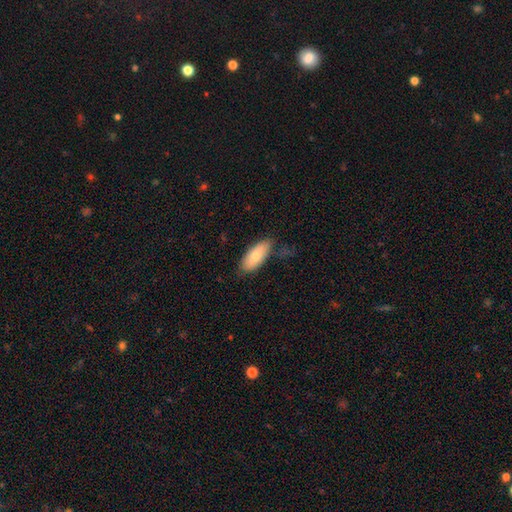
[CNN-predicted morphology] Smooth or featured?
  - smooth: 75% *
  - featured or disk: 19%
  - star or artifact: 6%
How rounded?
  - in between: 85% *
  - cigar-shaped: 13%
  - round: 2%
Merging?
  - none: 74% *
  - minor disturbance: 20%
  - major disturbance: 4%
  - merger: 2%